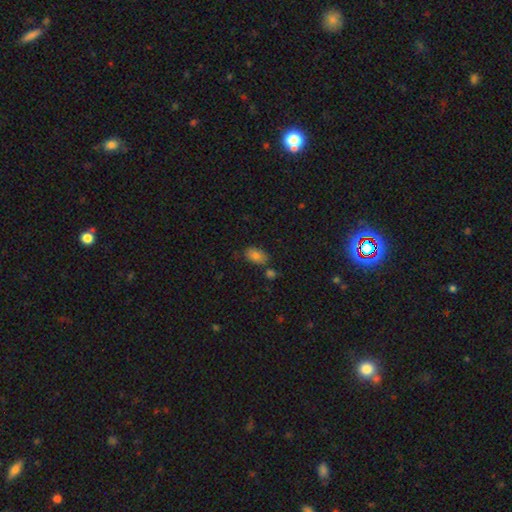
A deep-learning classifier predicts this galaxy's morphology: The model was most divided on "merging": none: 72%, minor disturbance: 15%, merger: 10%, major disturbance: 3%. More confident: how rounded — in between (90%); smooth or featured — smooth (81%).